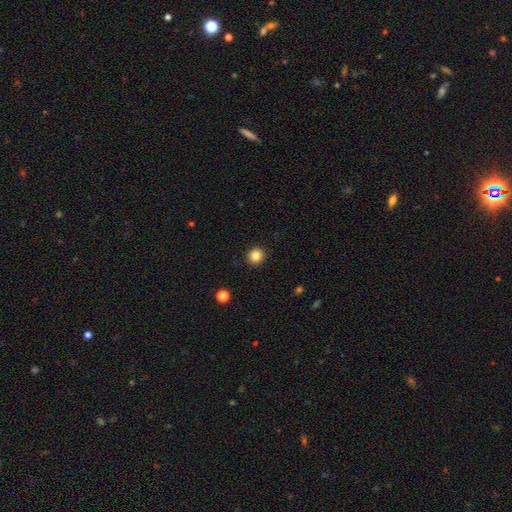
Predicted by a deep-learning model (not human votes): Q: Smooth or featured?
A: smooth (84%); runner-up: star or artifact (11%)
Q: How rounded?
A: round (92%); runner-up: in between (7%)
Q: Merging?
A: none (93%); runner-up: minor disturbance (5%)